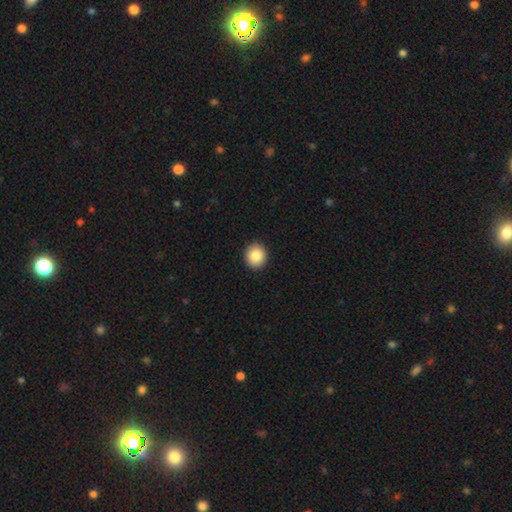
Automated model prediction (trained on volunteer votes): Overall: smooth (86%). How rounded: round (87%). Merging: none (92%).